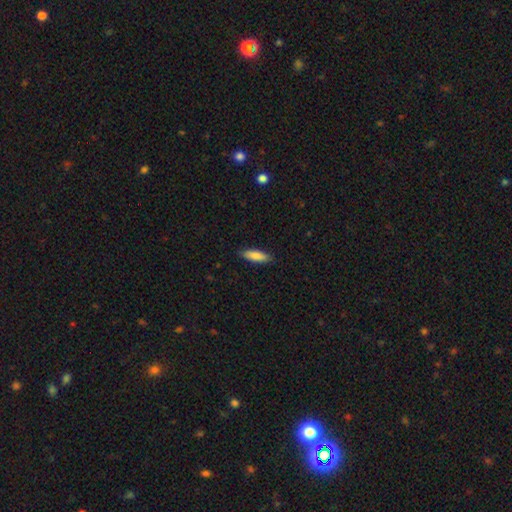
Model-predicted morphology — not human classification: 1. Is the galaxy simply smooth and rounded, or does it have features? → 84% smooth, 11% featured or disk, 6% star or artifact.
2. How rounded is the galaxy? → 55% cigar-shaped, 43% in between, 2% round.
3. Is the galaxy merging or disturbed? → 88% none, 9% minor disturbance, 2% major disturbance, 1% merger.